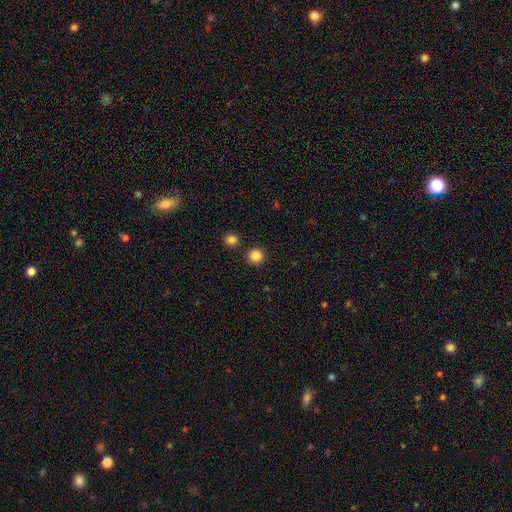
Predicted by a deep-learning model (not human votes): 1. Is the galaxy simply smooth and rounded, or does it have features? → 86% smooth, 11% star or artifact, 3% featured or disk.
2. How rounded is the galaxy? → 94% round, 5% in between, 1% cigar-shaped.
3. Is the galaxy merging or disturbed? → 89% none, 5% minor disturbance, 4% merger, 2% major disturbance.